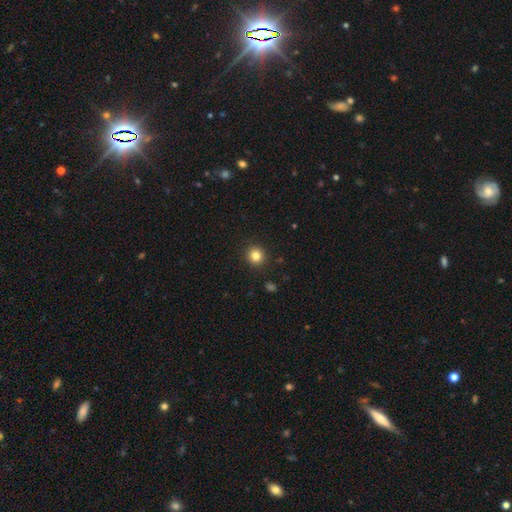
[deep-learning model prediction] Overall: smooth (83%). How rounded: round (92%). Merging: none (92%).